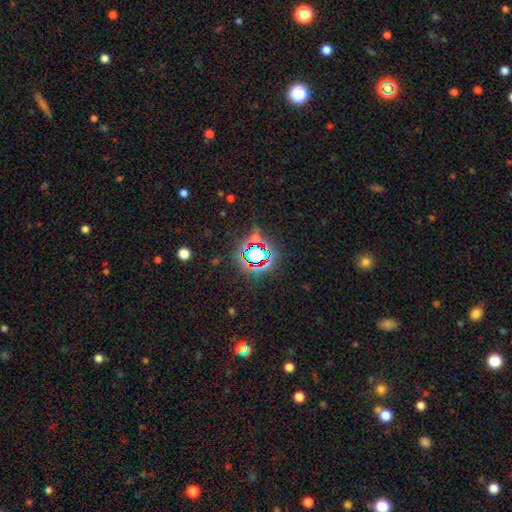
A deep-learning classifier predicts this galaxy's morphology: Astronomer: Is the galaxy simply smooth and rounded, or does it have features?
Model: star or artifact — 72%.